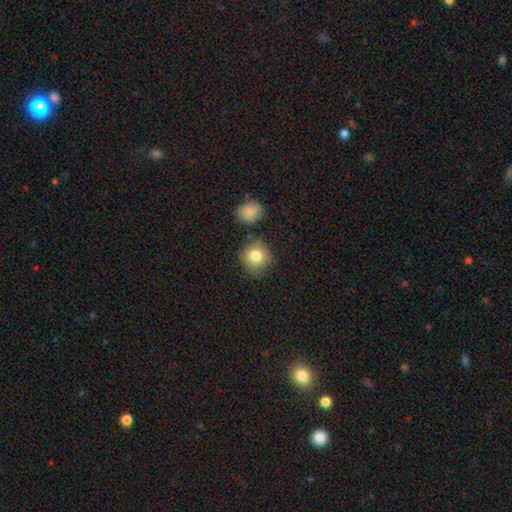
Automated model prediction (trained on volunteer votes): Smooth or featured: smooth — 82% (star or artifact — 9%)
How rounded: round — 90% (in between — 9%)
Merging: none — 80% (minor disturbance — 11%)